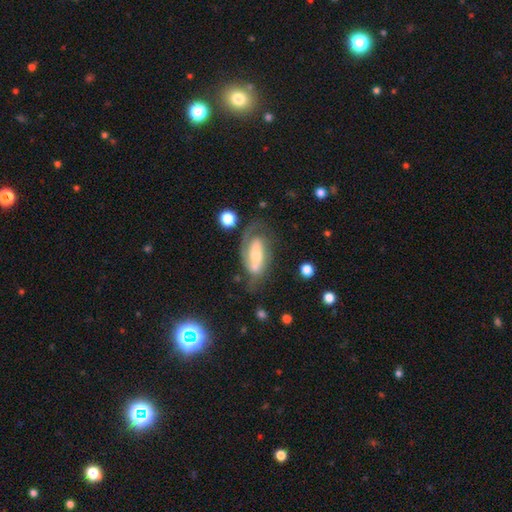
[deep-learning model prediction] A featured or disk galaxy (74%) with a weak bar (35%), 2 (57%) medium (43%) spiral arms (87%) and a moderate central bulge (55%). Merging: none (52%).